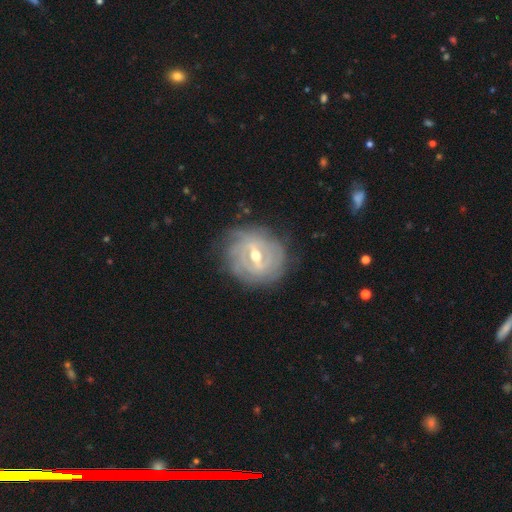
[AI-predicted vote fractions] This is clearly a featured or disk galaxy (85%). It is clearly not viewed edge-on (95%). Bar: marginally strong (44%, tied with weak). Spiral arm pattern: clearly yes (87%). Spiral arm count: possibly can't tell (46%). Spiral winding: likely tight (78%). Central bulge: likely moderate (71%). Merging: likely none (79%).